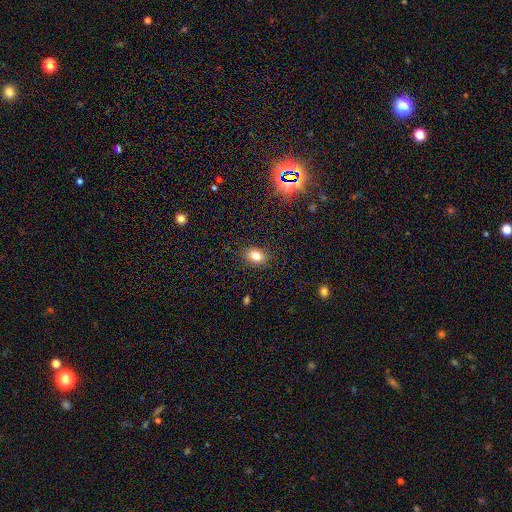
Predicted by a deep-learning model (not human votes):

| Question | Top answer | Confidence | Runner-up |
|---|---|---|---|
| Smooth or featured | smooth | 80% | star or artifact (12%) |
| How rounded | in between | 74% | round (24%) |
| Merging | none | 87% | minor disturbance (10%) |